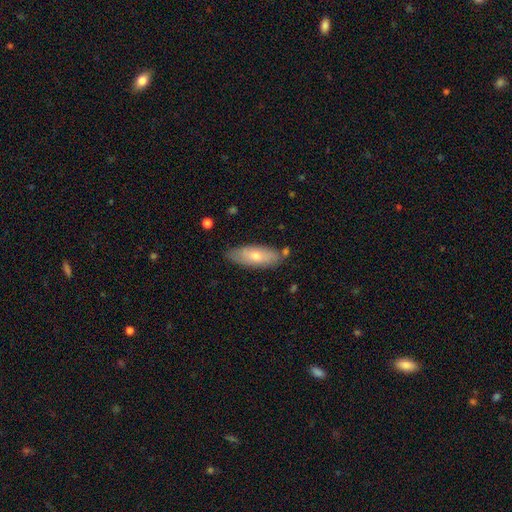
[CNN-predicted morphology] Smooth or featured? smooth (63%)
How rounded? in between (68%)
Merging? none (79%)